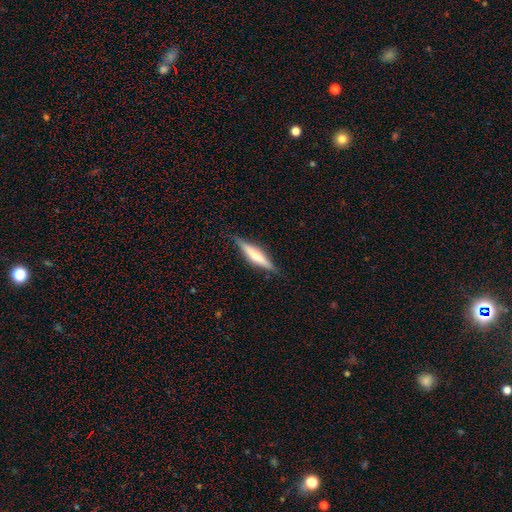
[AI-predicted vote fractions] smooth-or-featured: featured or disk: 55% | smooth: 39% | star or artifact: 6%
  disk-edge-on: yes: 96% | no: 4%
    edge-on-bulge: rounded: 71% | none: 15% | boxy: 13%
  merging: none: 86% | minor disturbance: 10% | major disturbance: 2% | merger: 1%